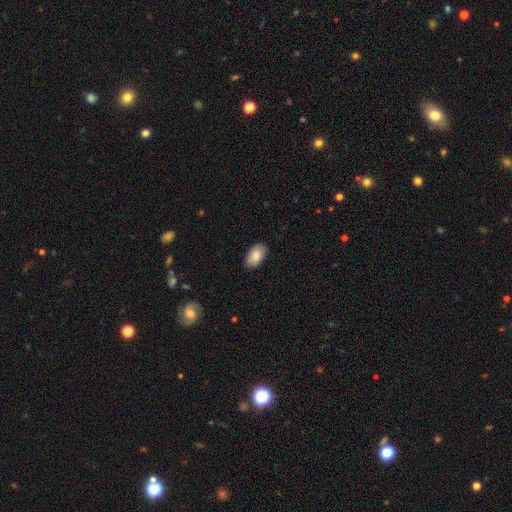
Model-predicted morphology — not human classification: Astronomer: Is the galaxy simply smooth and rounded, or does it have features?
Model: smooth — 85%.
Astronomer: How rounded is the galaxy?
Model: in between — 94%.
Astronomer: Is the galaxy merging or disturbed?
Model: none — 86%.